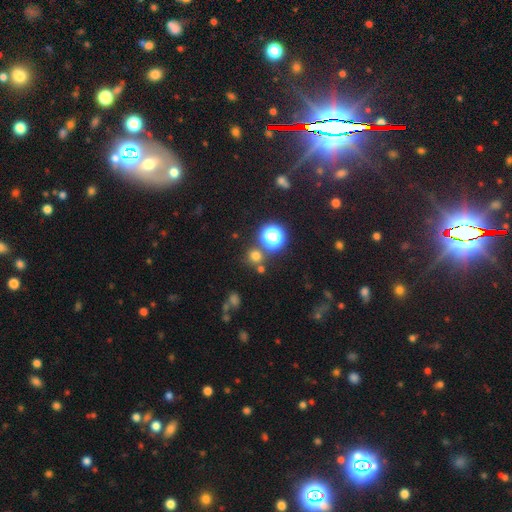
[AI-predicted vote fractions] This is likely a smooth galaxy (66%). How rounded: clearly round (90%). Merging: likely none (77%).